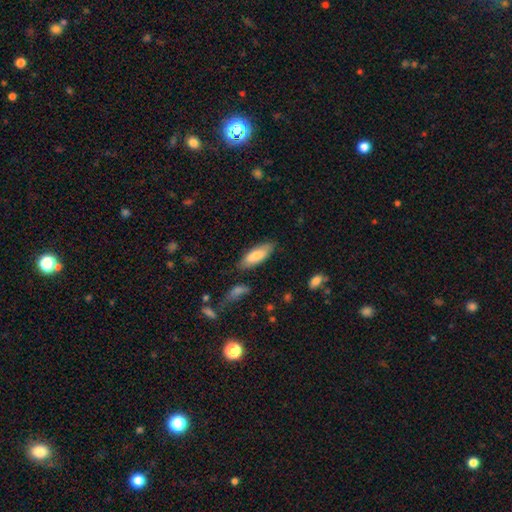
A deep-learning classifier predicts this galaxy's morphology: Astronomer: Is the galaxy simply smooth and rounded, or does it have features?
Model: smooth — 80%.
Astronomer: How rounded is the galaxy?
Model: in between — 64%.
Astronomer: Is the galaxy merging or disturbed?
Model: none — 79%.